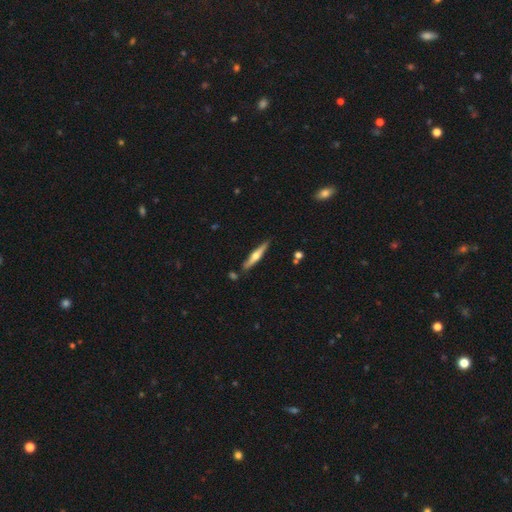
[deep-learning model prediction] This appears to be a featured or disk galaxy (59%) viewed edge-on (96%) with a rounded central bulge (89%). Merging: none (85%).